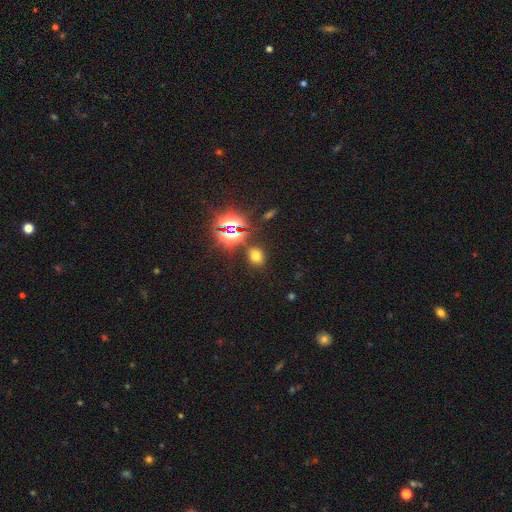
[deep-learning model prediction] Morphology: type=smooth (63%); roundness=round (58%); merging=none (83%).